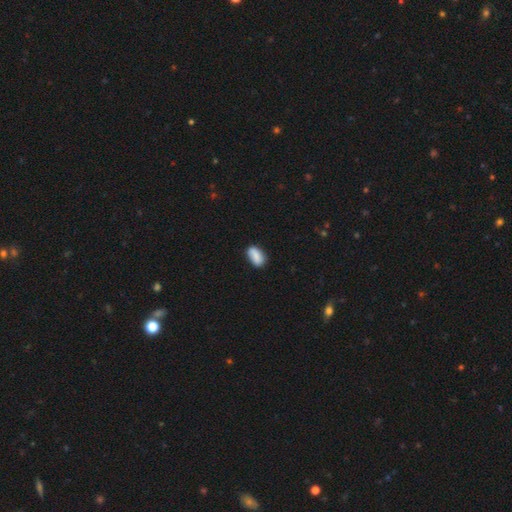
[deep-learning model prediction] This is clearly a smooth galaxy (85%). How rounded: clearly in between (90%). Merging: likely none (75%).